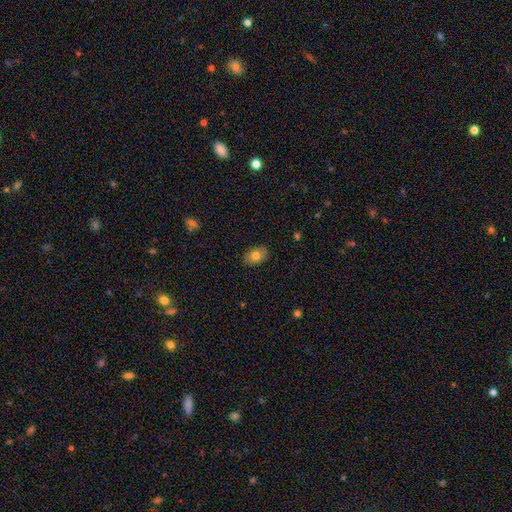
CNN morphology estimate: Smooth or featured?
  - smooth: 79% *
  - featured or disk: 12%
  - star or artifact: 9%
How rounded?
  - in between: 81% *
  - round: 18%
  - cigar-shaped: 1%
Merging?
  - none: 87% *
  - minor disturbance: 10%
  - major disturbance: 2%
  - merger: 1%